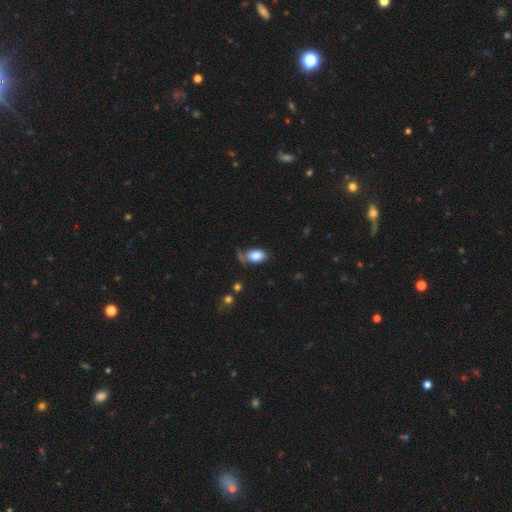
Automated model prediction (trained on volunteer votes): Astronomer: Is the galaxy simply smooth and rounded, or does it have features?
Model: smooth — 83%.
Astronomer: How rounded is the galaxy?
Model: in between — 89%.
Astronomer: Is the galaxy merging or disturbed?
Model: none — 54%.